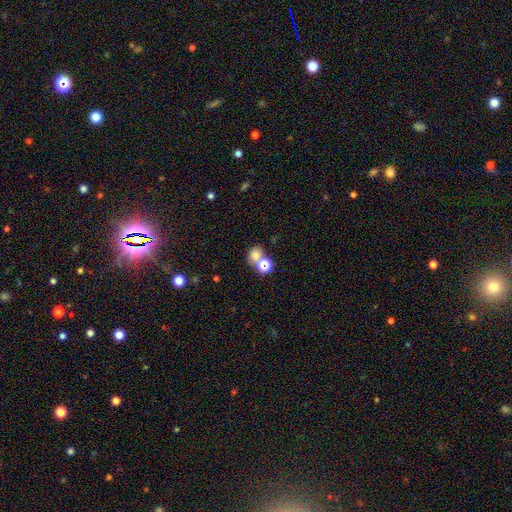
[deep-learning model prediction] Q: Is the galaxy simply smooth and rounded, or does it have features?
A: smooth — 69%.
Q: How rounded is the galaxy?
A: round — 65%.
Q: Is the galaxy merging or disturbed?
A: none — 47%.